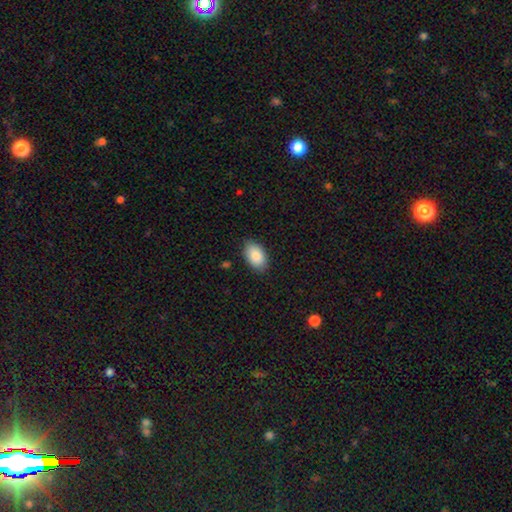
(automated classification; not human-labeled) A smooth galaxy with no disk features (87%) that is in between round and cigar-shaped (92%).

Vote fractions:
- Smooth or featured? smooth: 87% / featured or disk: 7% / star or artifact: 6%
- How rounded? in between: 92% / round: 7% / cigar-shaped: 1%
- Merging? none: 85% / minor disturbance: 12% / major disturbance: 2% / merger: 1%